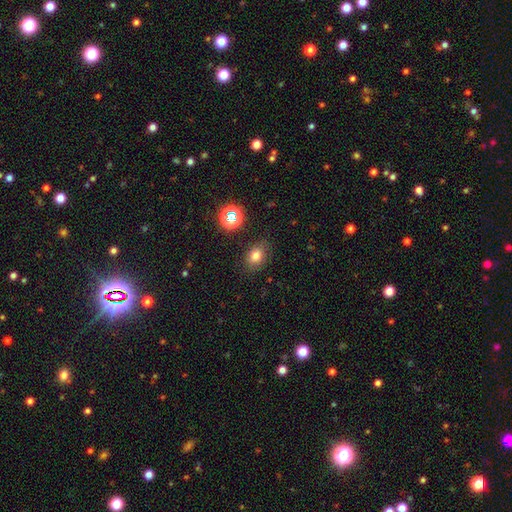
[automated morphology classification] The model was most divided on "how rounded": in between: 66%, round: 33%, cigar-shaped: 1%. More confident: merging — none (80%); smooth or featured — smooth (75%).